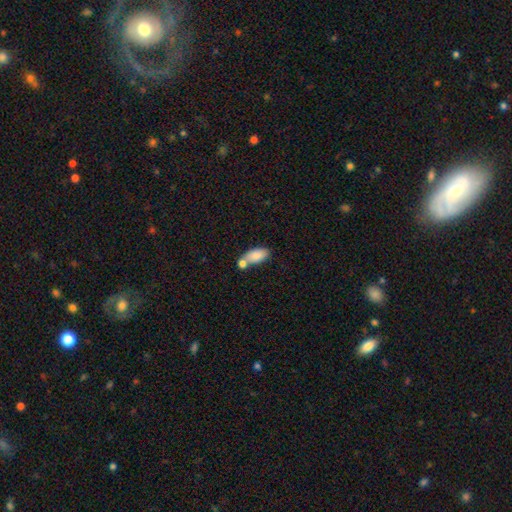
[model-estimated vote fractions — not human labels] Smooth or featured? smooth (84%)
How rounded? in between (90%)
Merging? none (42%)